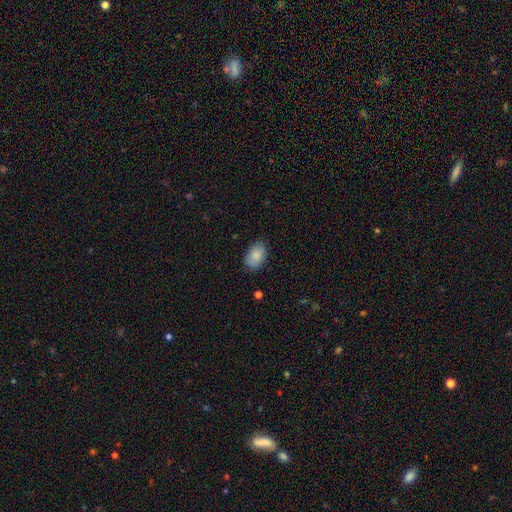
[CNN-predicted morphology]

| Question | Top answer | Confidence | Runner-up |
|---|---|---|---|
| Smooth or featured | smooth | 86% | featured or disk (7%) |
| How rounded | in between | 90% | round (9%) |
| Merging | none | 79% | minor disturbance (17%) |